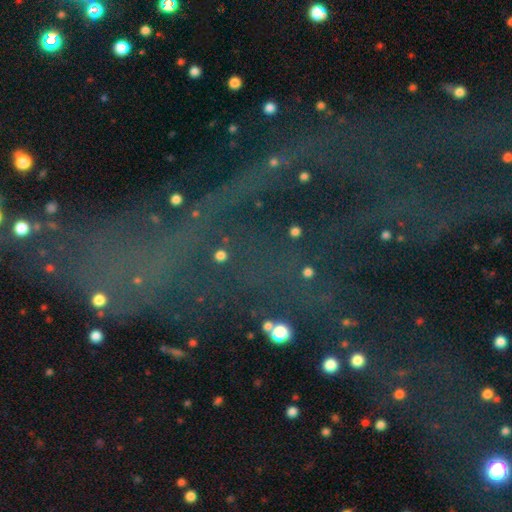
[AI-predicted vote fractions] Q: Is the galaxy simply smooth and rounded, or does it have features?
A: star or artifact — 70%.